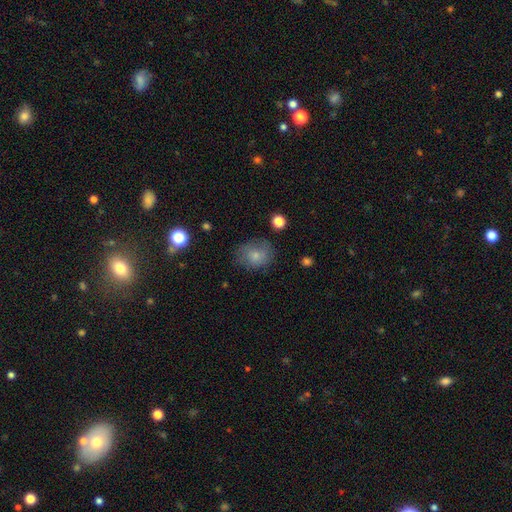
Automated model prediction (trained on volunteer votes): Q: Smooth or featured?
A: smooth (73%); runner-up: featured or disk (17%)
Q: How rounded?
A: round (64%); runner-up: in between (35%)
Q: Merging?
A: none (66%); runner-up: minor disturbance (23%)